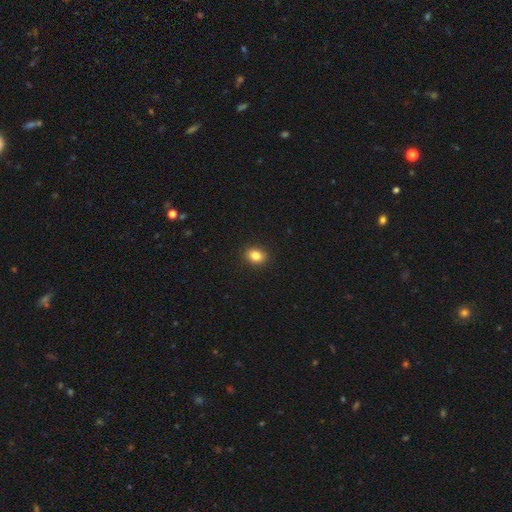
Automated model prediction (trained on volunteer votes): Q: Smooth or featured?
A: smooth (83%); runner-up: star or artifact (10%)
Q: How rounded?
A: round (53%); runner-up: in between (46%)
Q: Merging?
A: none (92%); runner-up: minor disturbance (6%)